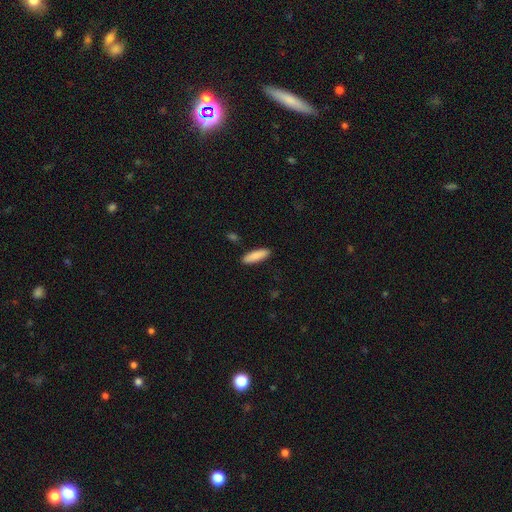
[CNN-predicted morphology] Smooth or featured: smooth — 85% (featured or disk — 9%)
How rounded: cigar-shaped — 54% (in between — 45%)
Merging: none — 89% (minor disturbance — 7%)